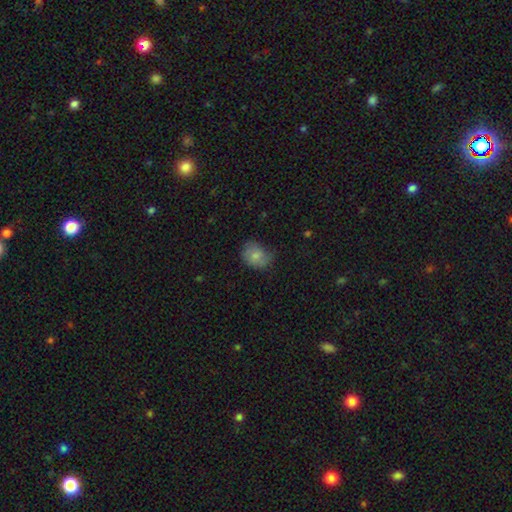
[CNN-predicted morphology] type=smooth (74%); roundness=round (50%); merging=none (51%).